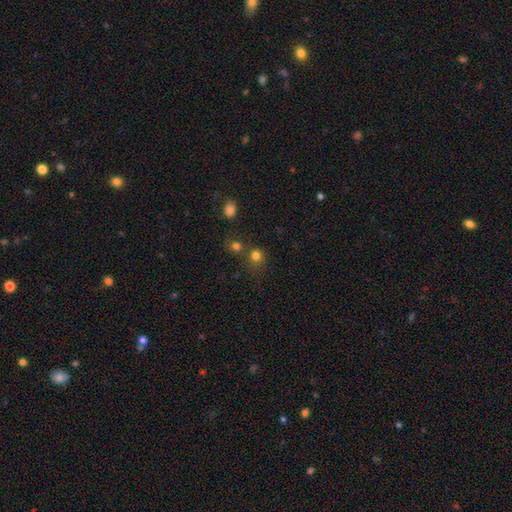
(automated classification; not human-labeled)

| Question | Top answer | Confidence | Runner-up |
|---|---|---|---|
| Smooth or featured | smooth | 76% | star or artifact (17%) |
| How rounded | round | 85% | in between (14%) |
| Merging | none | 60% | merger (26%) |